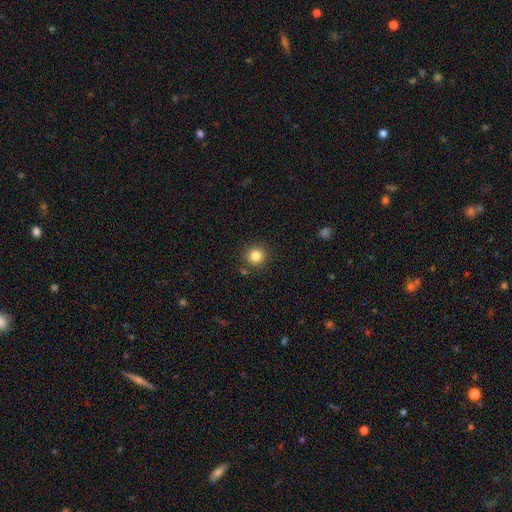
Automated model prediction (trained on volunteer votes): smooth 83%, star or artifact 11%, featured or disk 5%. Down the decision tree: how rounded — round (93%); merging — none (88%).